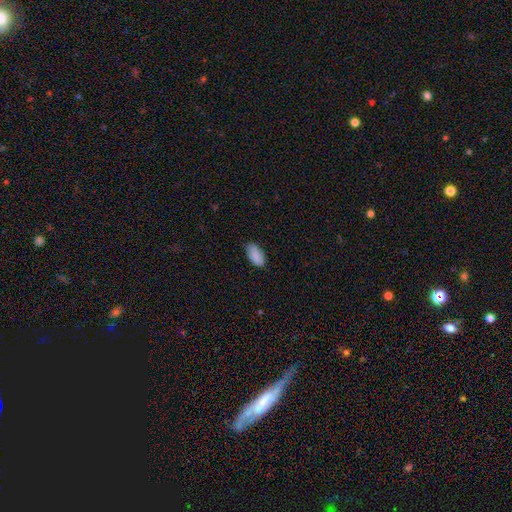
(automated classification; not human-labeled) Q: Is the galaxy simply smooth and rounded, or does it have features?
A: smooth — 89%.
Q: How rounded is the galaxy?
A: in between — 94%.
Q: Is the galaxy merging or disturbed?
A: none — 82%.